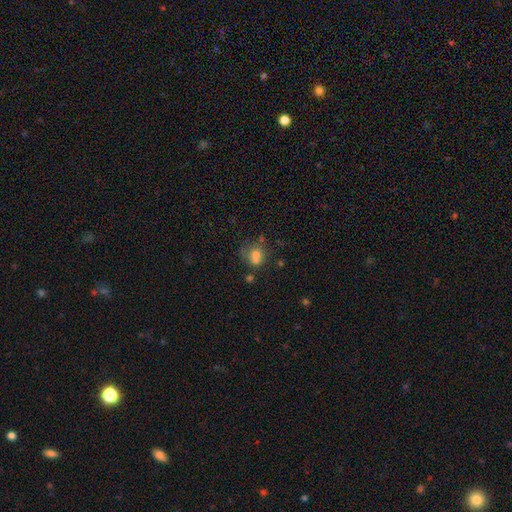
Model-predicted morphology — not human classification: smooth_or_featured: smooth (p=0.67) [alt: featured or disk p=0.18]
how_rounded: round (p=0.58) [alt: in between p=0.40]
merging: none (p=0.35) [alt: merger p=0.33]